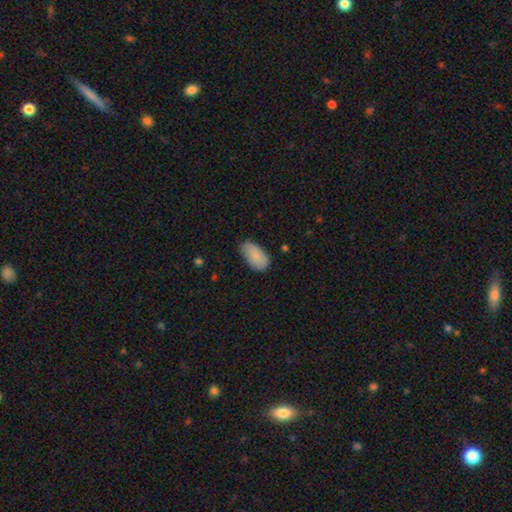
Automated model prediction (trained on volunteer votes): Overall: smooth (86%). How rounded: in between (94%). Merging: none (64%; minor disturbance 29%).